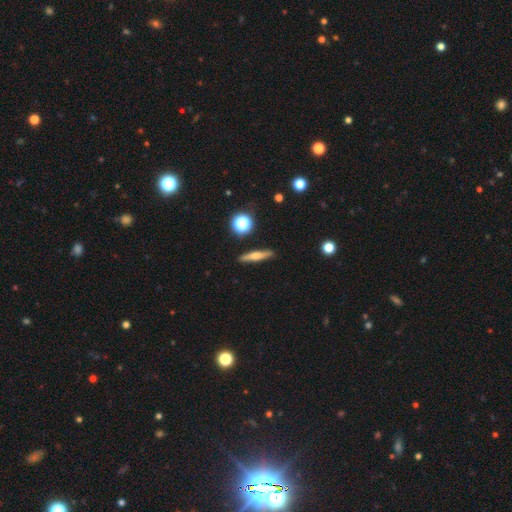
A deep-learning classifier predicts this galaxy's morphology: smooth-or-featured: smooth: 50% | featured or disk: 41% | star or artifact: 9%
  merging: none: 89% | minor disturbance: 8% | major disturbance: 2% | merger: 2%